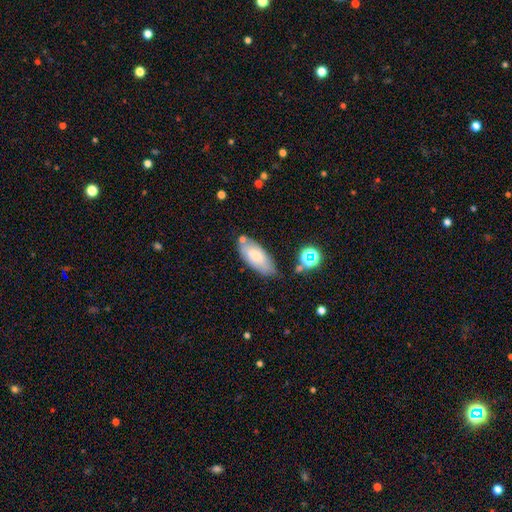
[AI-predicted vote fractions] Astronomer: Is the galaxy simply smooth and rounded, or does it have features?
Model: smooth — 70%.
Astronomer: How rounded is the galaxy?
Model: in between — 85%.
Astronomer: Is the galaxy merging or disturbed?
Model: none — 64%.